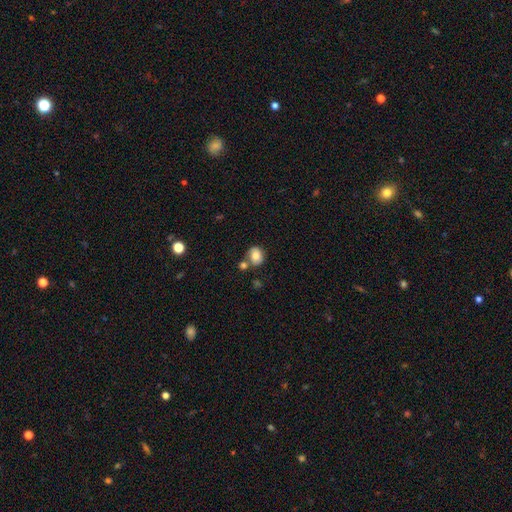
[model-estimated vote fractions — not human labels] Smooth or featured: smooth — 78% (featured or disk — 13%)
How rounded: round — 57% (in between — 42%)
Merging: none — 59% (merger — 20%)